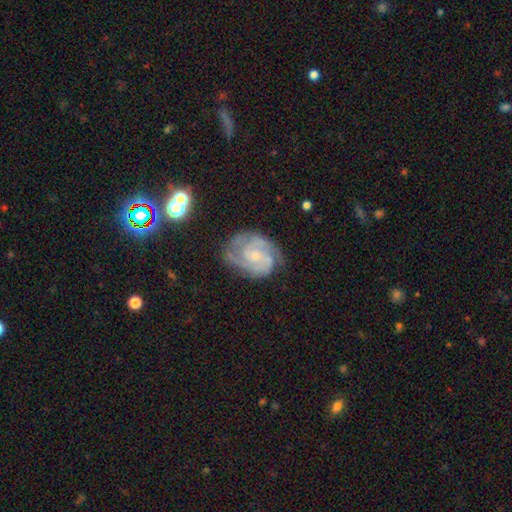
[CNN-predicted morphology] Smooth or featured: featured or disk — 87% (smooth — 7%)
Edge-on disk: no — 98% (yes — 2%)
Bar: no — 64% (weak — 31%)
Spiral arms: yes — 97% (no — 3%)
Spiral winding: tight — 58% (medium — 36%)
Spiral arm count: 2 — 47% (3 — 29%)
Bulge size: small — 67% (moderate — 26%)
Merging: none — 68% (minor disturbance — 22%)